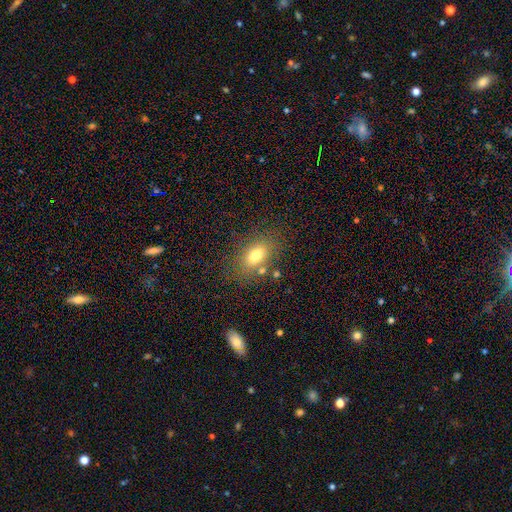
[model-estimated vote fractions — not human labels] This appears to be a smooth galaxy with no disk features (73%) that is in between round and cigar-shaped (84%). Merging: none (72%).